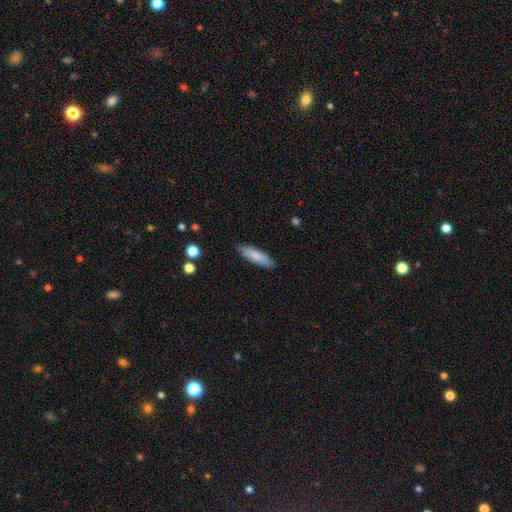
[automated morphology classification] A smooth galaxy with no disk features (82%) that is cigar-shaped (64%).

Vote fractions:
- Smooth or featured? smooth: 82% / featured or disk: 12% / star or artifact: 6%
- How rounded? cigar-shaped: 64% / in between: 35% / round: 1%
- Merging? none: 87% / minor disturbance: 10% / major disturbance: 2% / merger: 1%